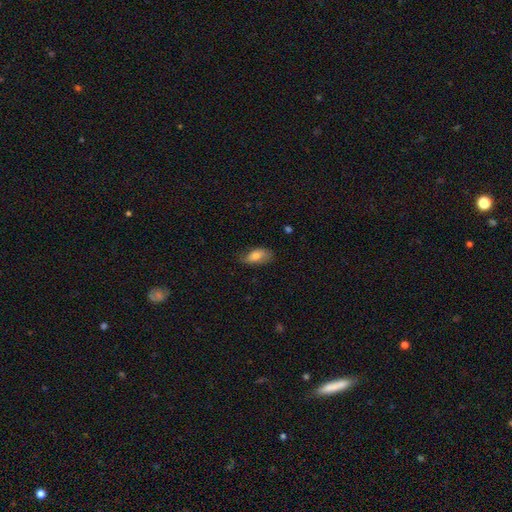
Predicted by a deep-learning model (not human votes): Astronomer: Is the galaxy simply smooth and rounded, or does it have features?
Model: smooth — 70%.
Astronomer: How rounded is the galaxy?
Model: in between — 89%.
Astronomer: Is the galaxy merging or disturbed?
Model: none — 63%.